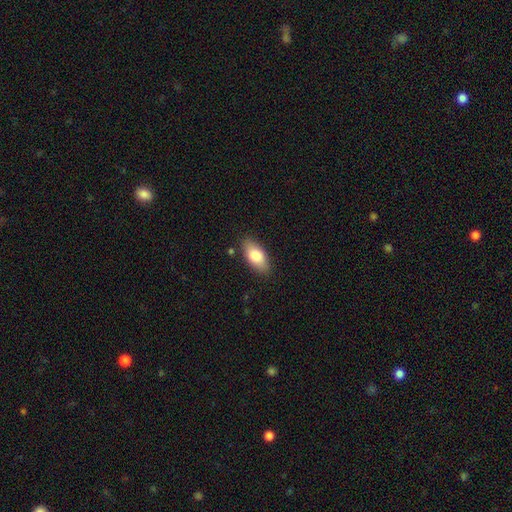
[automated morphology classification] A smooth galaxy with no disk features (81%) that is in between round and cigar-shaped (90%). Merging: none (85%).